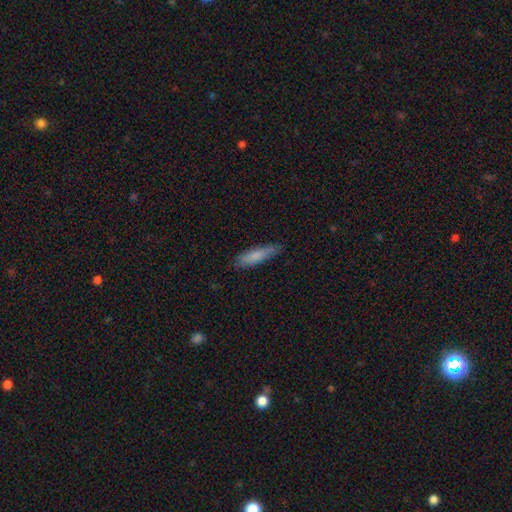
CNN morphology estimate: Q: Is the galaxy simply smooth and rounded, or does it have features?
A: smooth — 79%.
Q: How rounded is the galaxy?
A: cigar-shaped — 77%.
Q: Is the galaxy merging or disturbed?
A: none — 79%.